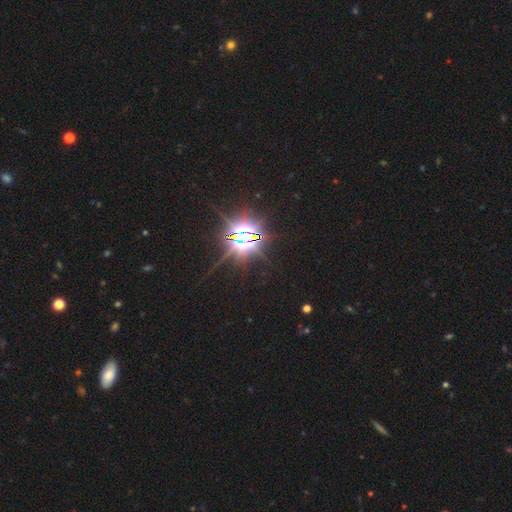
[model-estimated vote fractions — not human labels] Smooth or featured: star or artifact — 87% (smooth — 7%)